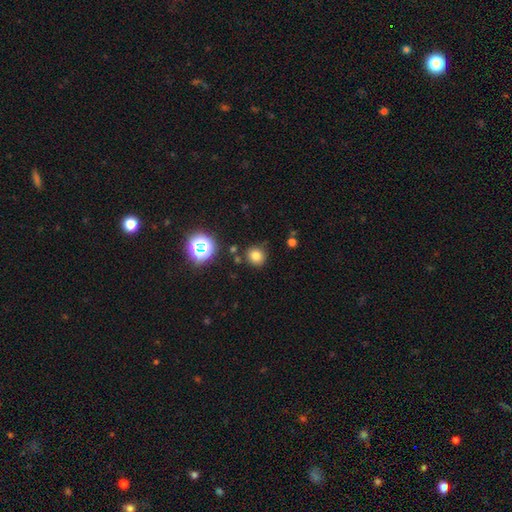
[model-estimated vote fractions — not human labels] smooth-or-featured: smooth: 76% | star or artifact: 17% | featured or disk: 6%
  how-rounded: round: 88% | in between: 11% | cigar-shaped: 1%
  merging: none: 84% | minor disturbance: 9% | merger: 4% | major disturbance: 3%